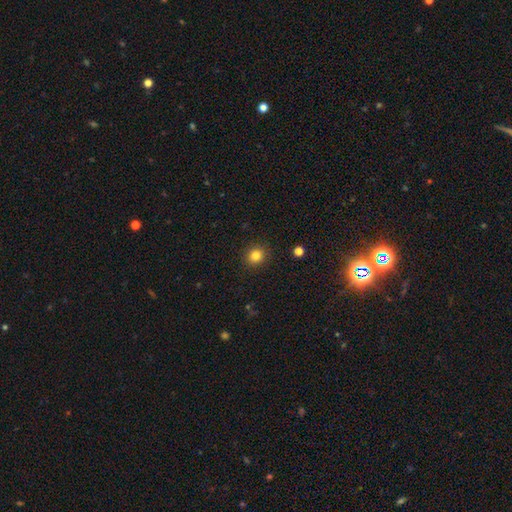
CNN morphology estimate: Smooth or featured?
  - smooth: 82% *
  - star or artifact: 12%
  - featured or disk: 6%
How rounded?
  - round: 85% *
  - in between: 14%
  - cigar-shaped: 1%
Merging?
  - none: 90% *
  - minor disturbance: 6%
  - major disturbance: 2%
  - merger: 1%